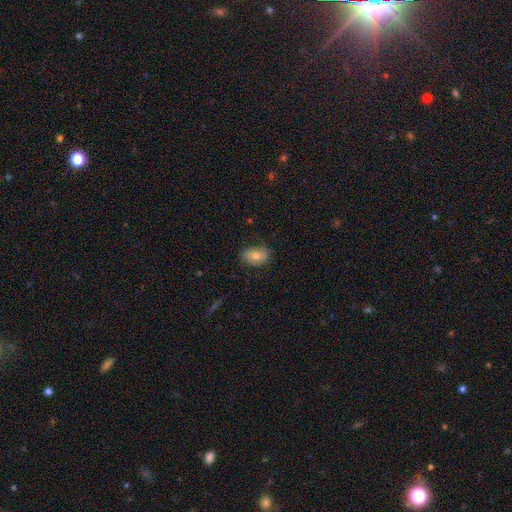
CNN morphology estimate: Smooth or featured?
  - smooth: 57% *
  - featured or disk: 34%
  - star or artifact: 9%
How rounded?
  - in between: 72% *
  - round: 26%
  - cigar-shaped: 2%
Merging?
  - none: 70% *
  - minor disturbance: 22%
  - major disturbance: 7%
  - merger: 1%